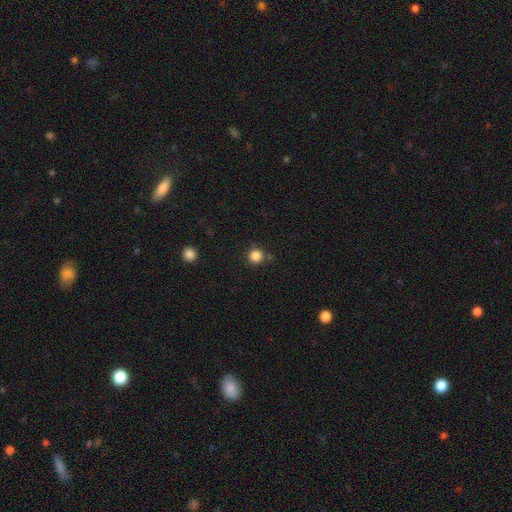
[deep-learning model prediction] The model was most divided on "merging": none: 82%, minor disturbance: 9%, merger: 6%, major disturbance: 3%. More confident: how rounded — round (94%); smooth or featured — smooth (84%).